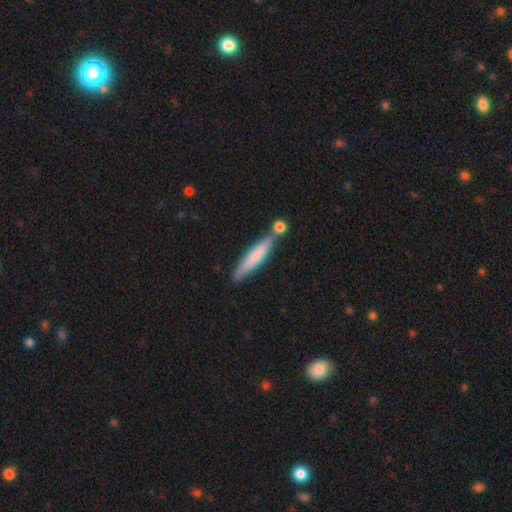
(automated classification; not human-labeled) Smooth or featured: smooth — 61% (featured or disk — 30%)
How rounded: cigar-shaped — 91% (in between — 7%)
Merging: none — 80% (minor disturbance — 11%)